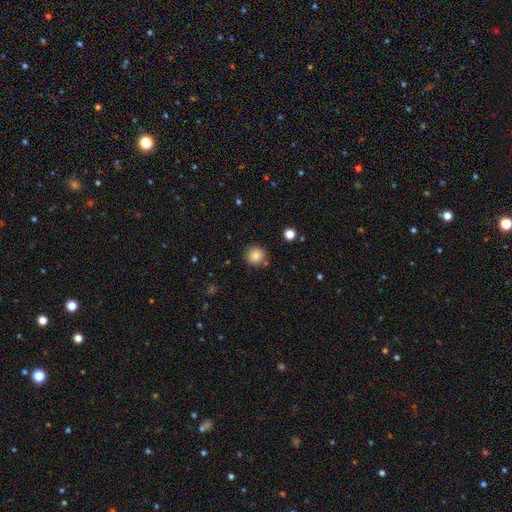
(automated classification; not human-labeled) Smooth or featured? smooth (83%)
How rounded? round (93%)
Merging? none (86%)